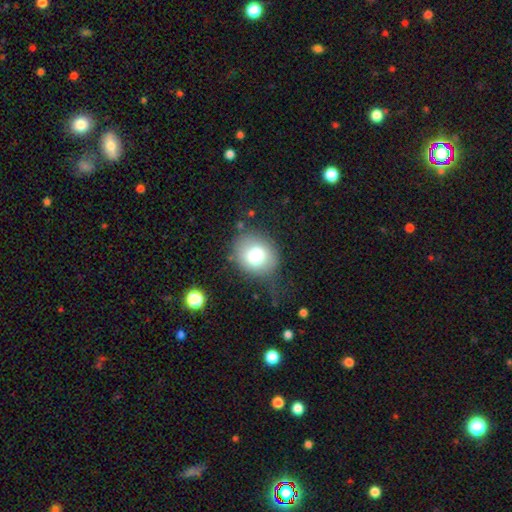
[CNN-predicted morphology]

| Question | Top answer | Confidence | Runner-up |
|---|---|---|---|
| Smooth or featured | smooth | 74% | featured or disk (14%) |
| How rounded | round | 69% | in between (30%) |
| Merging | none | 67% | minor disturbance (19%) |